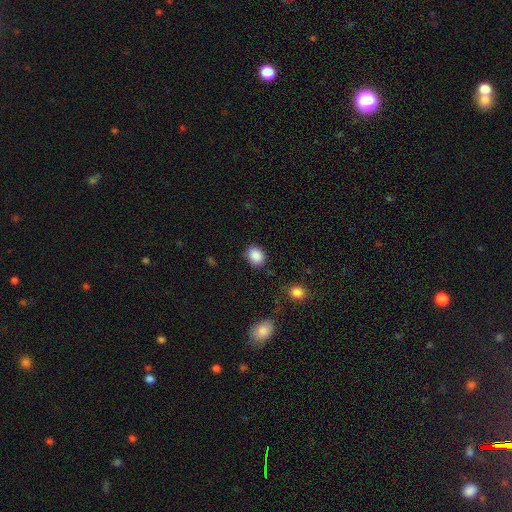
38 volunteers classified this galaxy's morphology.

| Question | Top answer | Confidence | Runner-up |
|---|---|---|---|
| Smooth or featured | smooth | 95% | star or artifact (5%) |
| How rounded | in between | 56% | round (44%) |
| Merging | none | 89% | minor disturbance (8%) |